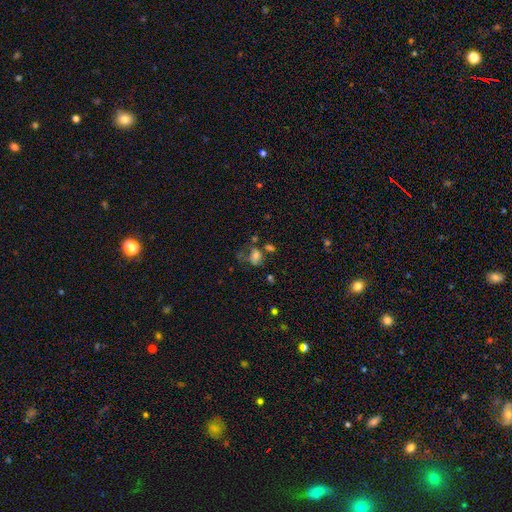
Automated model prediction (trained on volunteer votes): smooth_or_featured: smooth (p=0.63) [alt: featured or disk p=0.22]
how_rounded: in between (p=0.58) [alt: round p=0.41]
merging: none (p=0.36) [alt: major disturbance p=0.26]